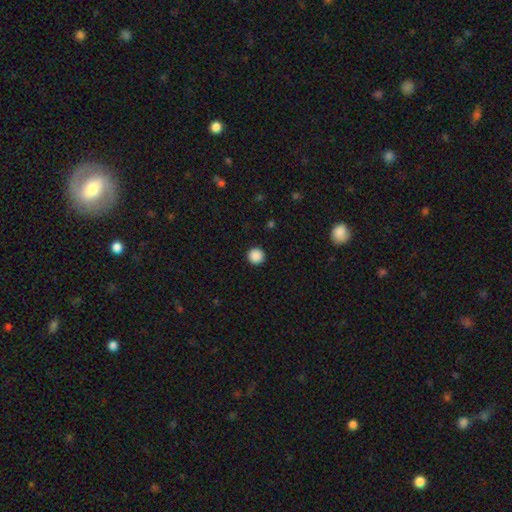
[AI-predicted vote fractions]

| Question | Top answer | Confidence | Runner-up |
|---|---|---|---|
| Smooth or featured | smooth | 88% | star or artifact (9%) |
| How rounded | round | 96% | in between (3%) |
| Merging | none | 93% | minor disturbance (4%) |